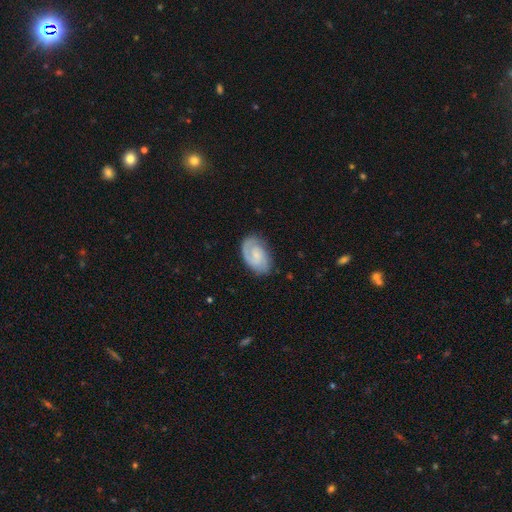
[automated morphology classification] A featured or disk galaxy (69%) with no bar (57%), 2 (64%) tight (50%) spiral arms (94%) and a small central bulge (53%).

Vote fractions:
- Smooth or featured? featured or disk: 69% / smooth: 25% / star or artifact: 6%
- Edge-on disk? no: 97% / yes: 3%
- Bar? no: 57% / weak: 37% / strong: 6%
- Spiral arms? yes: 94% / no: 6%
- Spiral winding? tight: 50% / medium: 38% / loose: 12%
- Spiral arm count? 2: 64% / 1: 15% / can't tell: 14% / 3: 5% / 4: 2% / more than 4: 1%
- Bulge size? small: 53% / none: 22% / moderate: 21% / large: 3% / dominant: 1%
- Merging? none: 76% / minor disturbance: 17% / major disturbance: 5% / merger: 1%